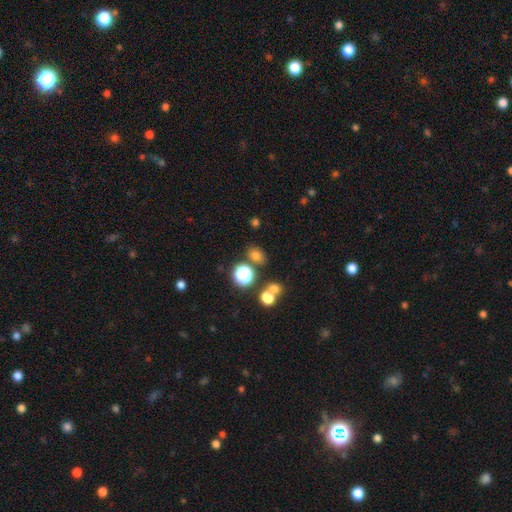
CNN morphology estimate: smooth-or-featured: smooth: 71% | star or artifact: 22% | featured or disk: 7%
  how-rounded: in between: 55% | round: 44% | cigar-shaped: 1%
  merging: none: 74% | minor disturbance: 11% | merger: 11% | major disturbance: 4%